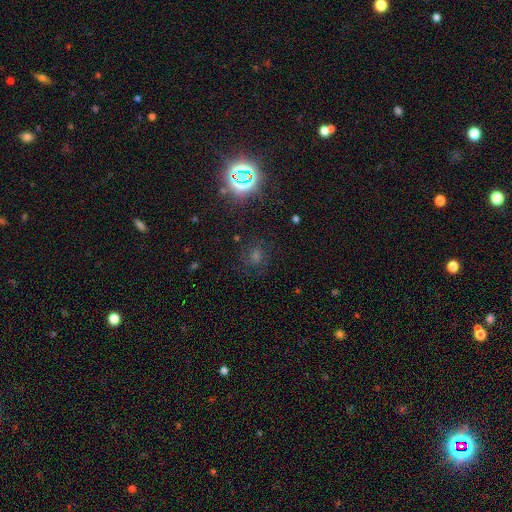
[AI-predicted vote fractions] Smooth or featured?
  - star or artifact: 49% *
  - smooth: 34%
  - featured or disk: 17%